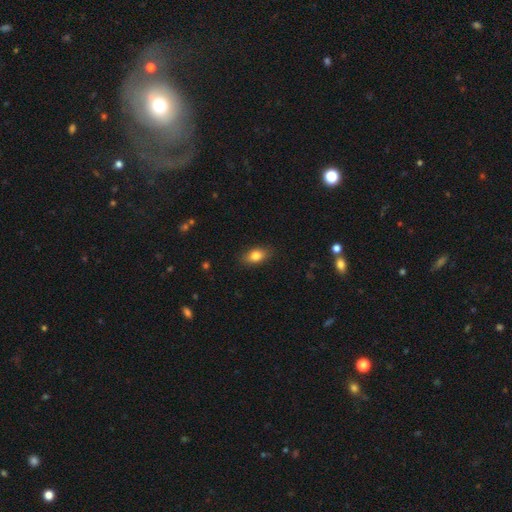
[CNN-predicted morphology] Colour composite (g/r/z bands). It shows a smooth galaxy with no disk features (82%) that is in between round and cigar-shaped (85%). Merging: none (86%).